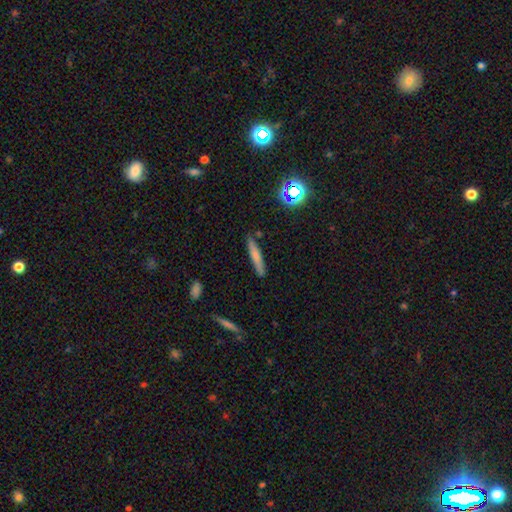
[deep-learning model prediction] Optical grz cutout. It shows a smooth galaxy with no disk features (66%) that is cigar-shaped (91%). Merging: none (86%).